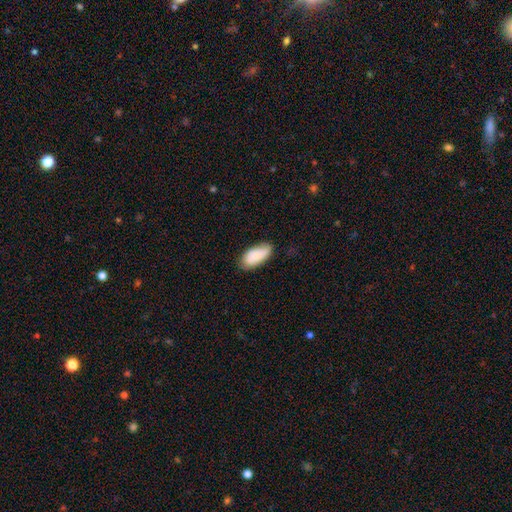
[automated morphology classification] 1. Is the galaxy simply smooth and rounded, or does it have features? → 85% smooth, 9% featured or disk, 6% star or artifact.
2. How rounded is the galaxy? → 92% in between, 6% cigar-shaped, 2% round.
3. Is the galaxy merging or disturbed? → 73% none, 22% minor disturbance, 4% major disturbance, 1% merger.